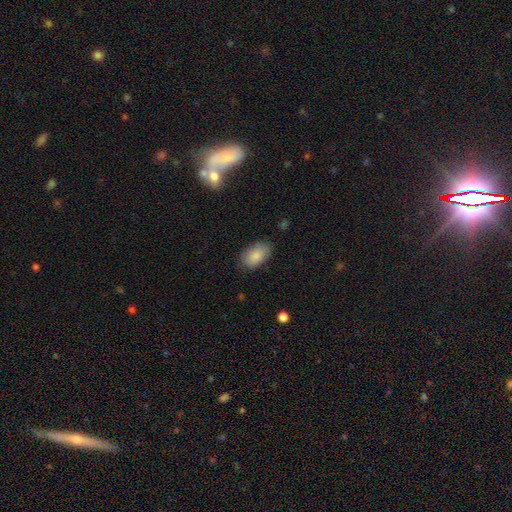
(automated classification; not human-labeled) smooth 87%, star or artifact 6%, featured or disk 6%. Down the decision tree: how rounded — in between (94%); merging — none (80%).